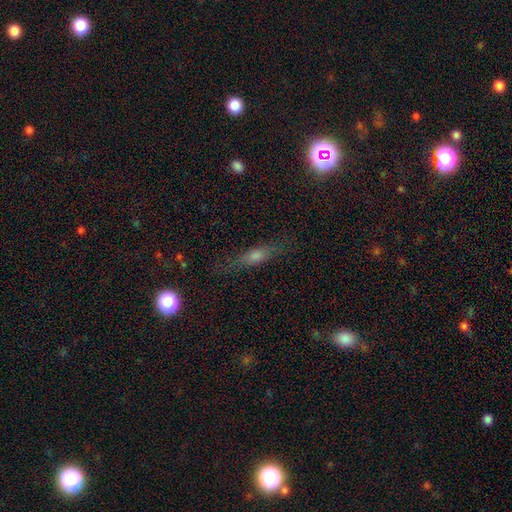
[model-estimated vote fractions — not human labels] Morphology: type=smooth (48%); merging=none (78%).